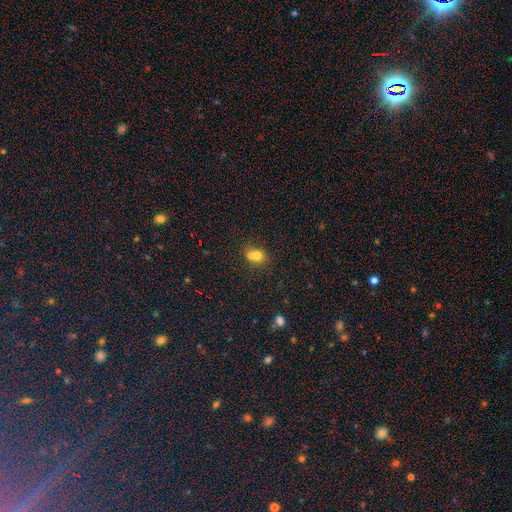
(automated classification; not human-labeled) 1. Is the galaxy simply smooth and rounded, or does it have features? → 70% smooth, 16% featured or disk, 14% star or artifact.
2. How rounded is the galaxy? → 51% round, 47% in between, 2% cigar-shaped.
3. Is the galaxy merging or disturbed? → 50% merger, 34% none, 11% minor disturbance, 5% major disturbance.